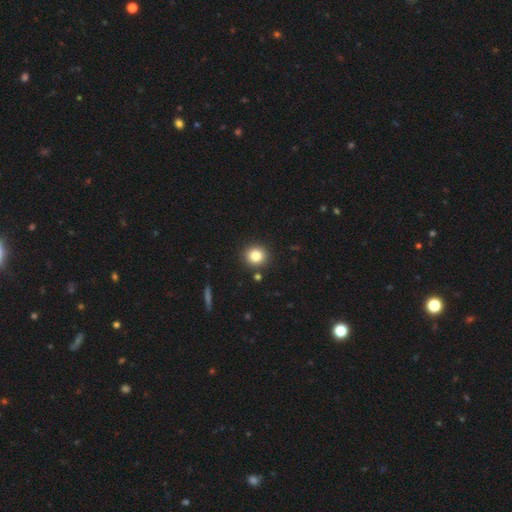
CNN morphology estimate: This appears to be a smooth galaxy with no disk features (82%) that is round (91%). Merging: none (89%).